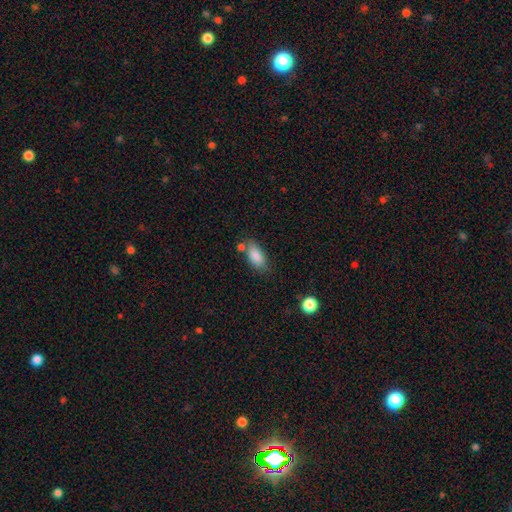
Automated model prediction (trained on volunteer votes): Smooth or featured? Predicted: smooth (p=0.86). How rounded? Predicted: in between (p=0.89). Merging? Predicted: none (p=0.61).